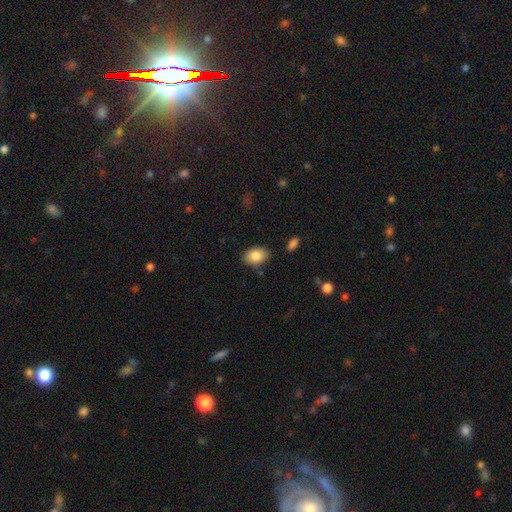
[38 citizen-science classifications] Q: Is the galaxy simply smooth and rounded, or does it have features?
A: smooth — 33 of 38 (87%).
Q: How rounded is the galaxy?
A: in between — 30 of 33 (91%).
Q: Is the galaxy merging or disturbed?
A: none — 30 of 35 (86%).